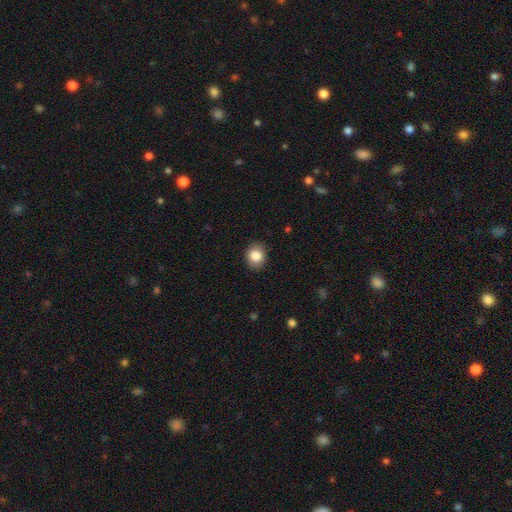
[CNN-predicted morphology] The model was most divided on "how rounded": round: 63%, in between: 36%, cigar-shaped: 1%. More confident: merging — none (88%); smooth or featured — smooth (84%).